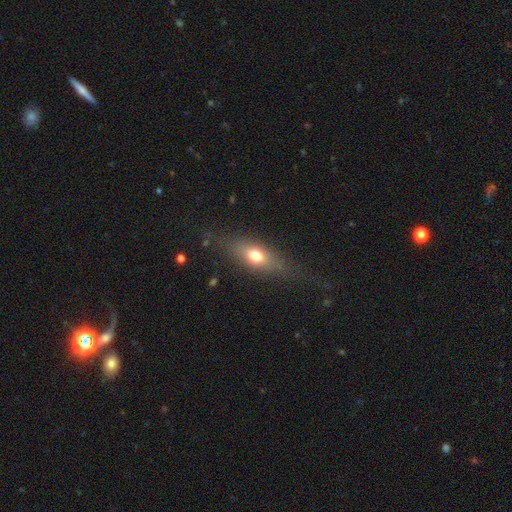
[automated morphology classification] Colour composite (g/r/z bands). It shows a smooth galaxy with no disk features (65%) that is in between round and cigar-shaped (66%). Merging: none (72%).